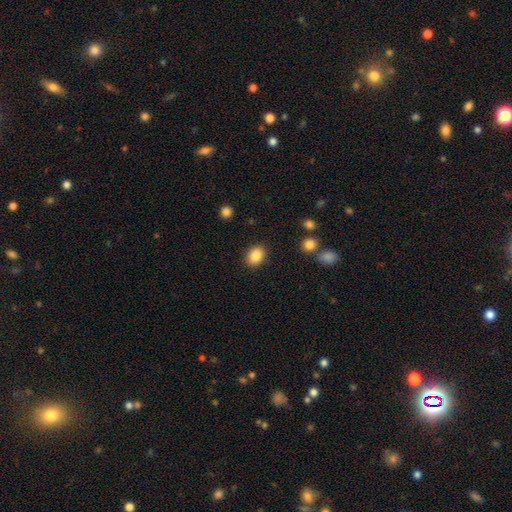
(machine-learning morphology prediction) Smooth or featured? smooth (86%)
How rounded? in between (65%)
Merging? none (87%)